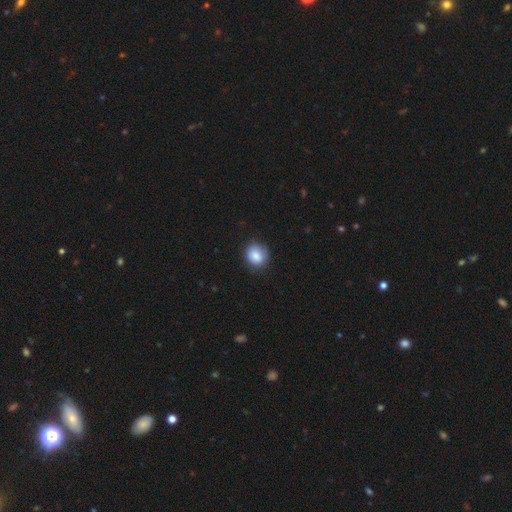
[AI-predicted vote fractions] smooth-or-featured: smooth: 84% | star or artifact: 8% | featured or disk: 8%
  how-rounded: round: 75% | in between: 24% | cigar-shaped: 1%
  merging: none: 76% | minor disturbance: 19% | major disturbance: 4% | merger: 1%